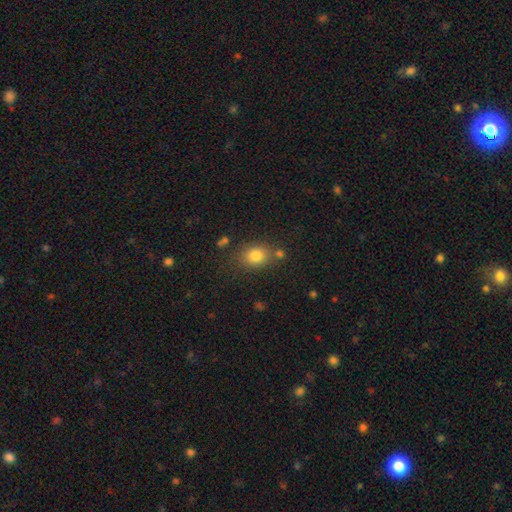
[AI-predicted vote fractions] The model was most divided on "how rounded": in between: 54%, round: 45%, cigar-shaped: 1%. More confident: smooth or featured — smooth (81%); merging — none (71%).